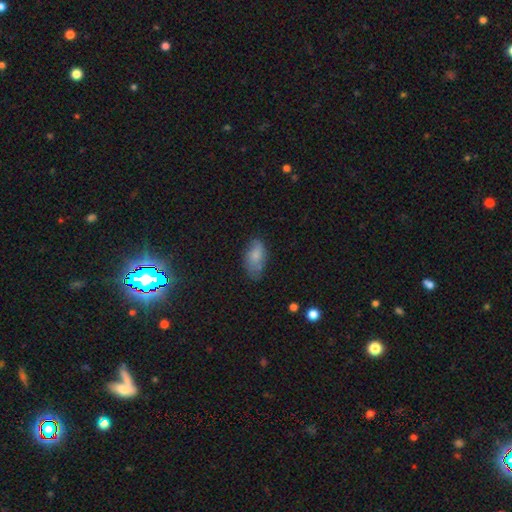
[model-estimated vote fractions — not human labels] Smooth or featured: smooth — 71% (featured or disk — 20%)
How rounded: in between — 92% (round — 4%)
Merging: none — 62% (minor disturbance — 28%)